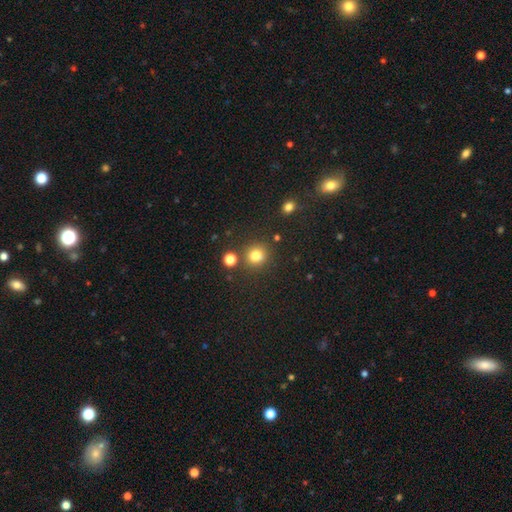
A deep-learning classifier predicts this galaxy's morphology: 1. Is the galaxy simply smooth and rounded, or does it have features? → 80% smooth, 14% star or artifact, 5% featured or disk.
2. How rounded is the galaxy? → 90% round, 9% in between, 1% cigar-shaped.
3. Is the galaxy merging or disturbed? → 82% none, 8% minor disturbance, 7% merger, 3% major disturbance.